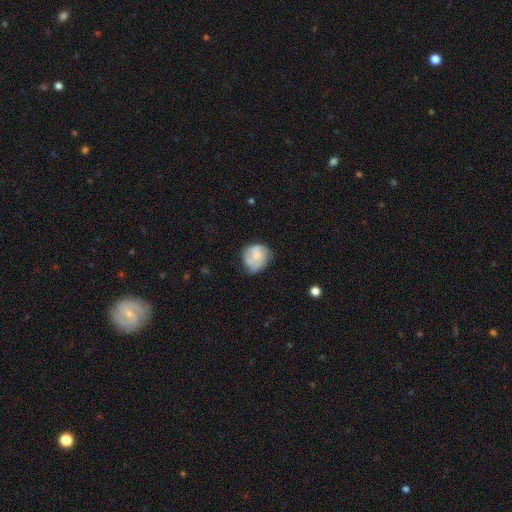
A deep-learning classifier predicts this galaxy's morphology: A smooth galaxy with no disk features (58%) that is round (74%).

Vote fractions:
- Smooth or featured? smooth: 58% / featured or disk: 34% / star or artifact: 8%
- How rounded? round: 74% / in between: 25% / cigar-shaped: 1%
- Merging? none: 56% / minor disturbance: 30% / major disturbance: 11% / merger: 3%